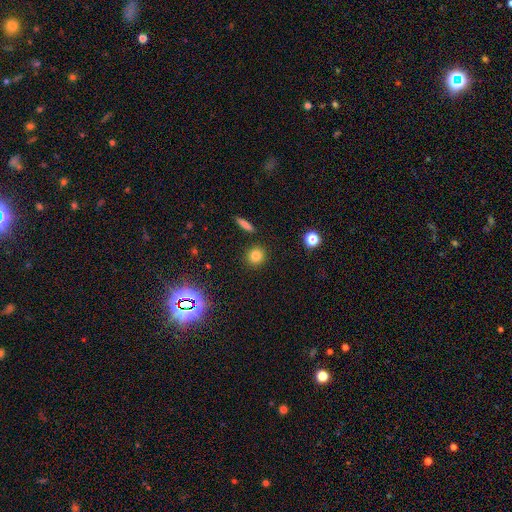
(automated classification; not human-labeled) Q: Smooth or featured?
A: smooth (80%); runner-up: star or artifact (13%)
Q: How rounded?
A: round (88%); runner-up: in between (10%)
Q: Merging?
A: none (90%); runner-up: minor disturbance (6%)